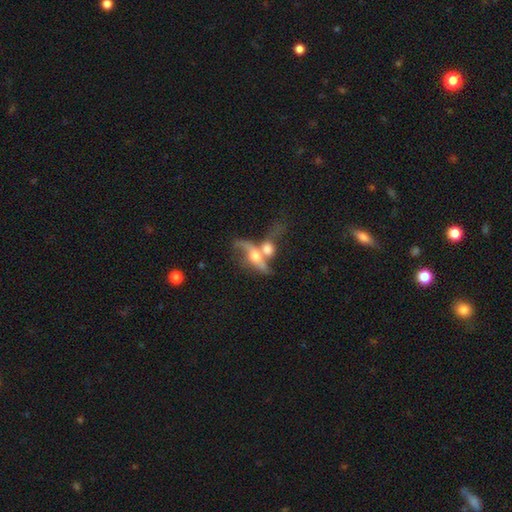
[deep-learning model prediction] featured or disk 59%, smooth 32%, star or artifact 9%. Down the decision tree: edge-on disk — no (71%); merging — merger (66%).